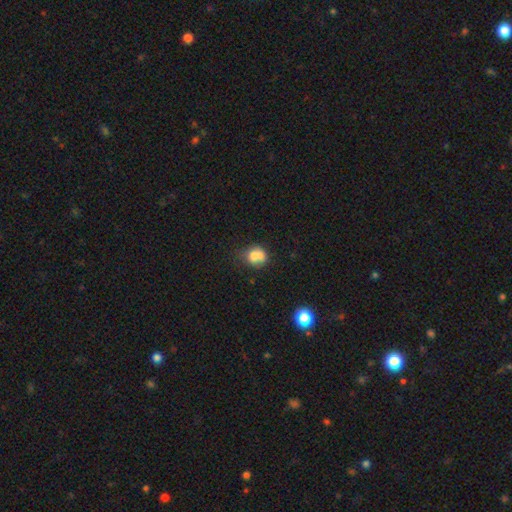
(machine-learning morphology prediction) smooth_or_featured: smooth (p=0.70) [alt: featured or disk p=0.20]
how_rounded: round (p=0.65) [alt: in between p=0.34]
merging: merger (p=0.49) [alt: none p=0.32]